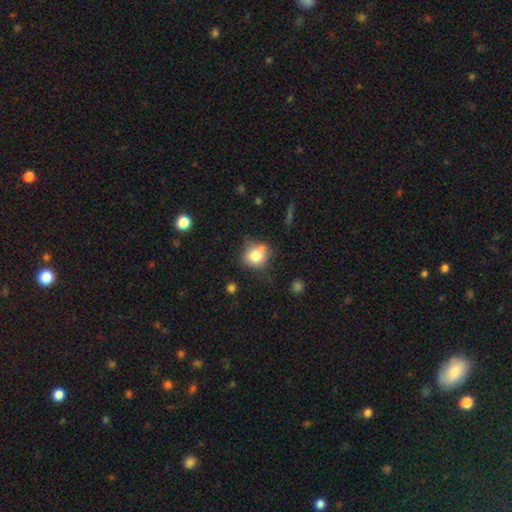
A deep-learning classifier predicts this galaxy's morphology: smooth-or-featured: smooth: 78% | featured or disk: 11% | star or artifact: 11%
  how-rounded: round: 83% | in between: 16% | cigar-shaped: 1%
  merging: none: 67% | minor disturbance: 19% | merger: 8% | major disturbance: 5%